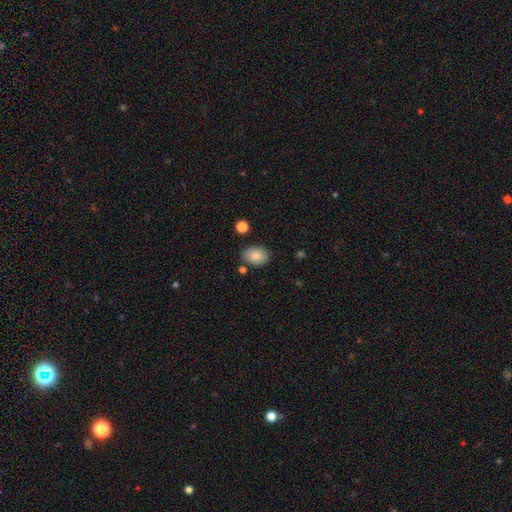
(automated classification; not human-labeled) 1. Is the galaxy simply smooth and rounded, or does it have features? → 87% smooth, 8% star or artifact, 6% featured or disk.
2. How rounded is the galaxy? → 78% in between, 21% round, 1% cigar-shaped.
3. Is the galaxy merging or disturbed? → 82% none, 11% minor disturbance, 4% merger, 3% major disturbance.